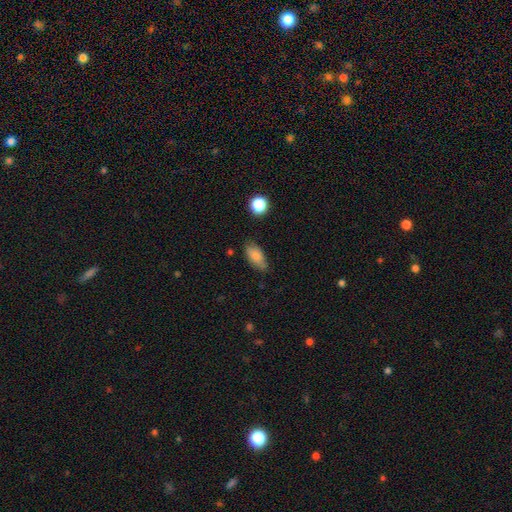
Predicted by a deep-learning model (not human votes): smooth 80%, featured or disk 12%, star or artifact 8%. Down the decision tree: how rounded — in between (86%); merging — none (71%).